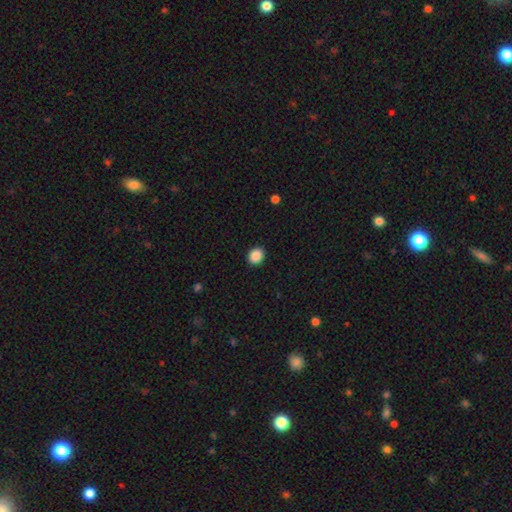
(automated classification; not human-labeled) Smooth or featured? Predicted: smooth (p=0.88). How rounded? Predicted: round (p=0.68). Merging? Predicted: none (p=0.92).